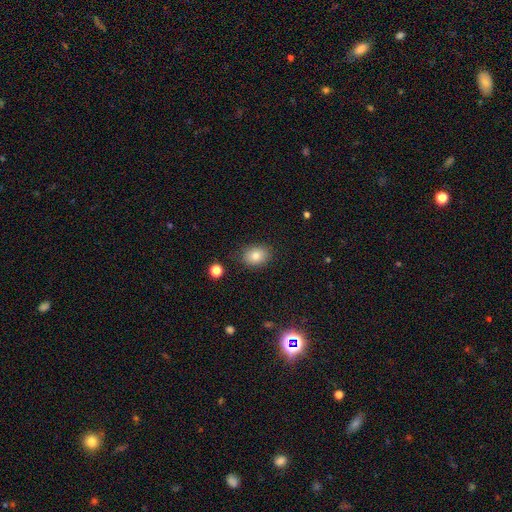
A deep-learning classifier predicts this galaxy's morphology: Q: Smooth or featured?
A: smooth (80%); runner-up: star or artifact (10%)
Q: How rounded?
A: in between (60%); runner-up: round (39%)
Q: Merging?
A: none (83%); runner-up: minor disturbance (12%)